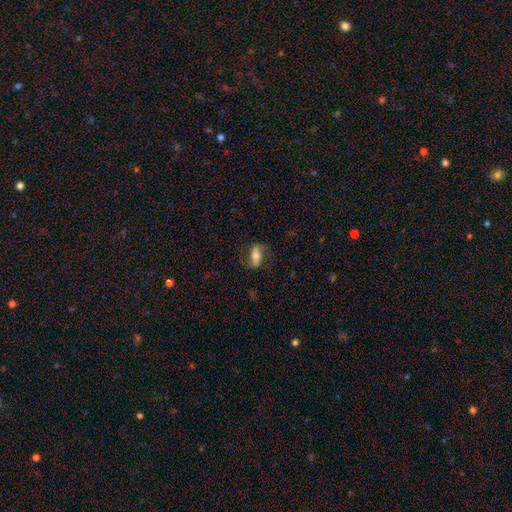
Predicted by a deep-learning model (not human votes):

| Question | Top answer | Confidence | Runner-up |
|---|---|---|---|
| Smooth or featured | smooth | 58% | featured or disk (34%) |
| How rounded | in between | 72% | cigar-shaped (24%) |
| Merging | none | 74% | minor disturbance (17%) |